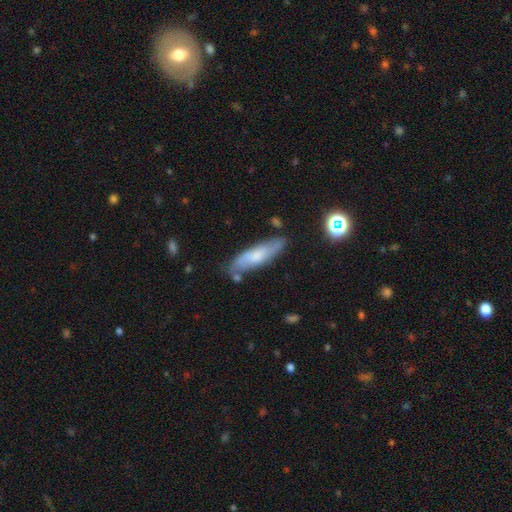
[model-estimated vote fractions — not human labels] Smooth or featured: smooth — 56% (featured or disk — 37%)
How rounded: cigar-shaped — 62% (in between — 36%)
Merging: none — 71% (minor disturbance — 19%)